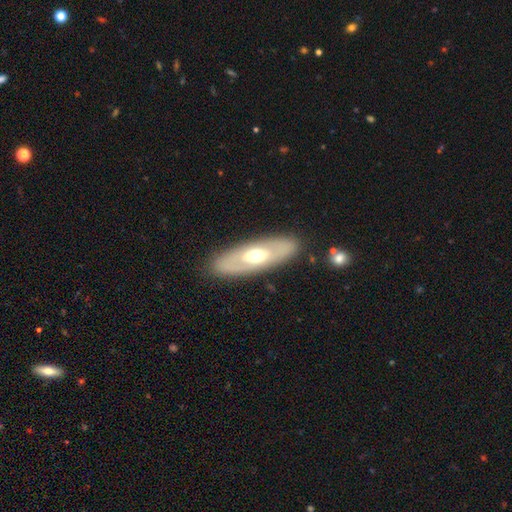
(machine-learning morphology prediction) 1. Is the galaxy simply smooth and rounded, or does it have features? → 52% featured or disk, 42% smooth, 6% star or artifact.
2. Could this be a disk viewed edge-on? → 73% no, 27% yes.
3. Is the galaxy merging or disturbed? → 86% none, 9% minor disturbance, 3% major disturbance, 1% merger.